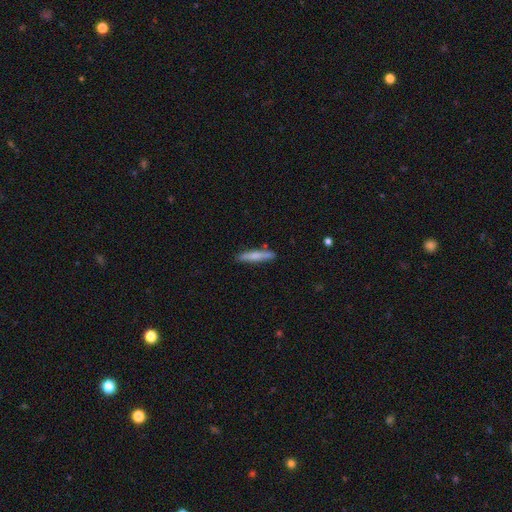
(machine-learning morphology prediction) This appears to be a smooth galaxy with no disk features (70%) that is cigar-shaped (90%). Merging: none (82%).